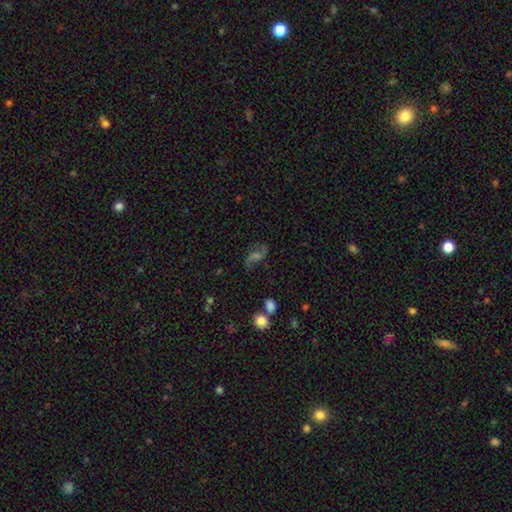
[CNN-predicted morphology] The model was most divided on "bar" (2-way tie): weak: 42%, no: 42%, strong: 16%. Remaining: edge-on disk — no (95%); spiral arms — yes (92%); spiral arm count — 2 (90%); merging — none (73%); smooth or featured — featured or disk (65%); spiral winding — loose (64%); bulge size — moderate (45%).